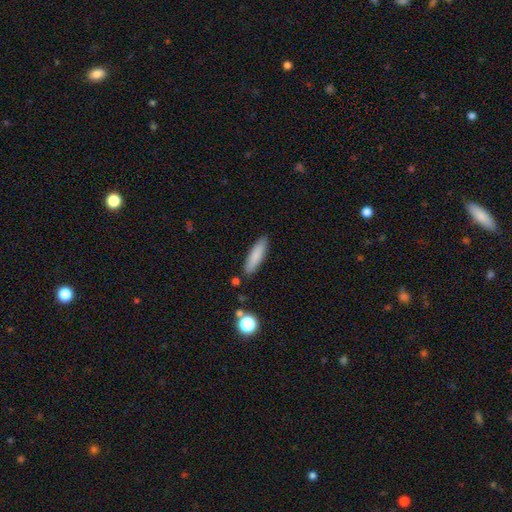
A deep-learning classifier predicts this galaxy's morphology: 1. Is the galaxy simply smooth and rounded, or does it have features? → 83% smooth, 10% featured or disk, 7% star or artifact.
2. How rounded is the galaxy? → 71% cigar-shaped, 28% in between, 2% round.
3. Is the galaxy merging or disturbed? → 87% none, 9% minor disturbance, 2% merger, 2% major disturbance.